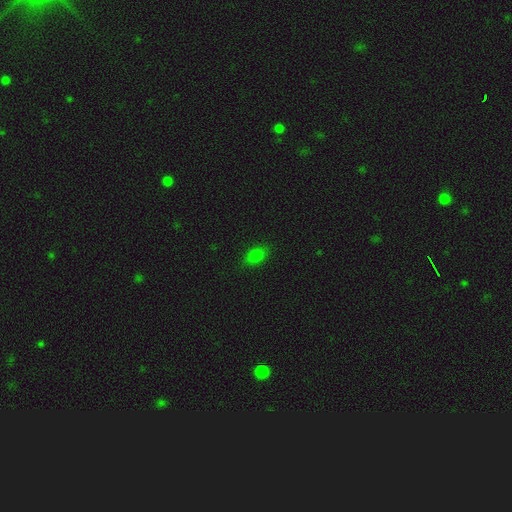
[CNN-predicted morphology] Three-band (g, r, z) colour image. It shows a smooth galaxy with no disk features (79%) that is in between round and cigar-shaped (79%). Merging: none (84%).